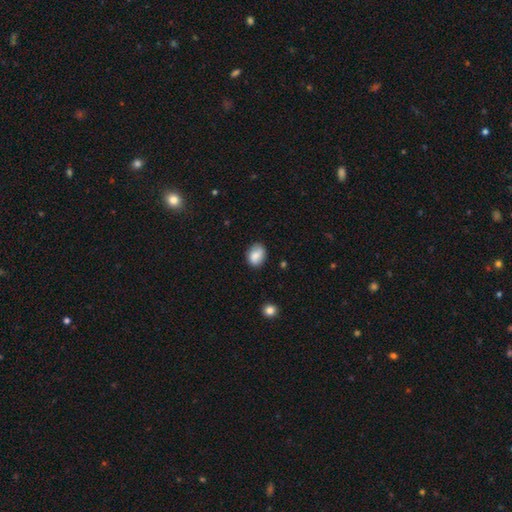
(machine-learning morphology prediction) Smooth or featured? smooth (85%)
How rounded? in between (71%)
Merging? none (80%)